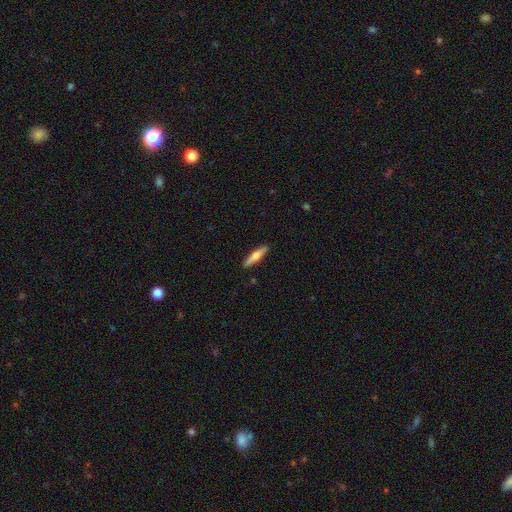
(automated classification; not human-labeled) smooth 56%, featured or disk 38%, star or artifact 6%. Down the decision tree: how rounded — cigar-shaped (84%); merging — none (90%).